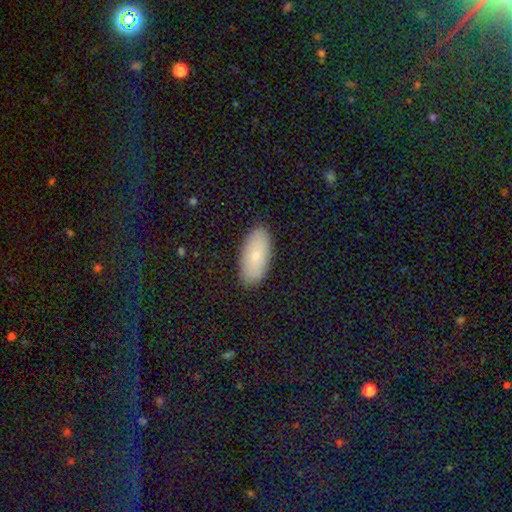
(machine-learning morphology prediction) This is likely a smooth galaxy (78%). How rounded: clearly in between (91%). Merging: clearly none (88%).